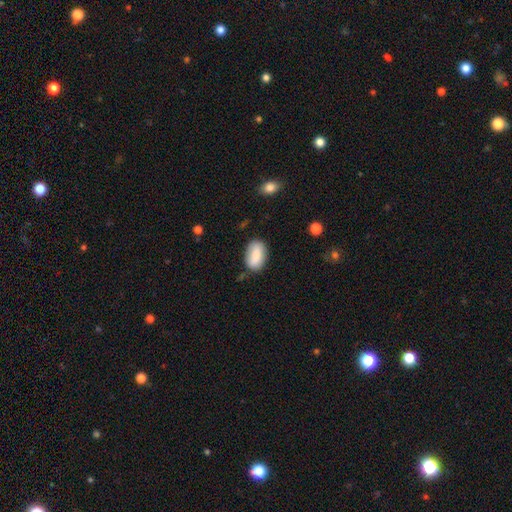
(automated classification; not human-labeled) This appears to be a smooth galaxy with no disk features (82%) that is in between round and cigar-shaped (91%). Merging: none (77%).